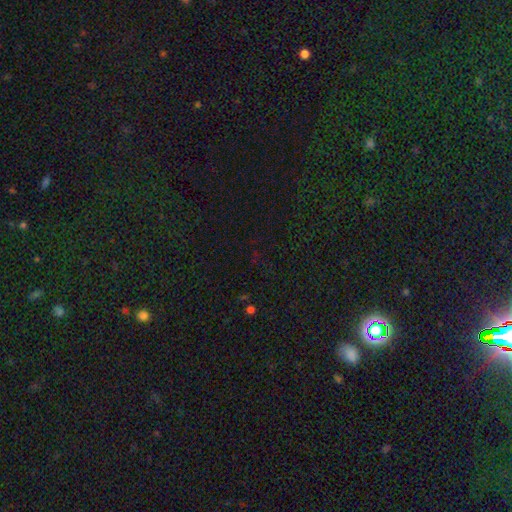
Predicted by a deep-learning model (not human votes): This is likely a star or artifact rather than a galaxy (70%).